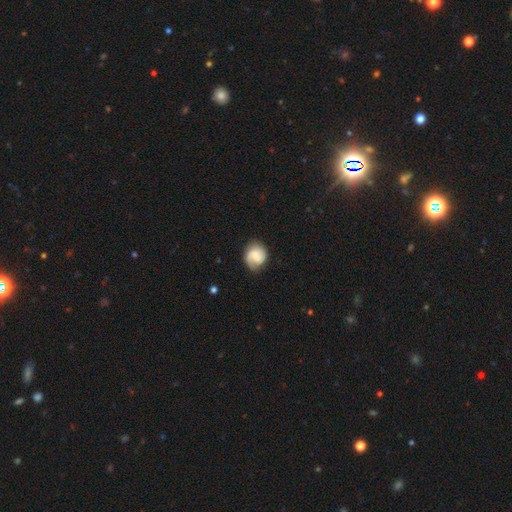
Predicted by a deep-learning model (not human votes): This appears to be a featured or disk galaxy (60%) with no bar (49%), 2 (58%) medium (40%) spiral arms (93%) and a small central bulge (44%). Merging: none (71%).